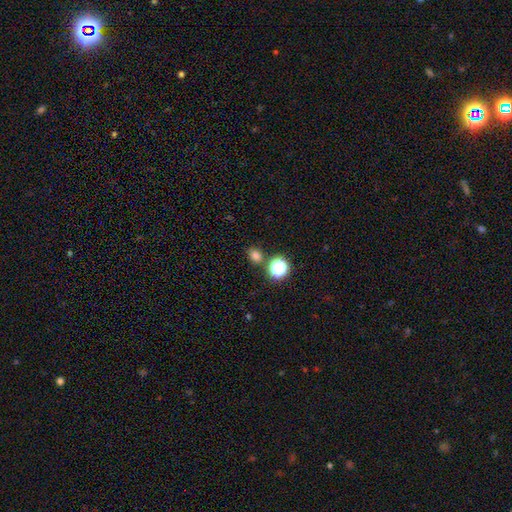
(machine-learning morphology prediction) A smooth galaxy with no disk features (75%) that is round (62%).

Vote fractions:
- Smooth or featured? smooth: 75% / star or artifact: 20% / featured or disk: 5%
- How rounded? round: 62% / in between: 37% / cigar-shaped: 1%
- Merging? none: 79% / minor disturbance: 9% / merger: 9% / major disturbance: 3%